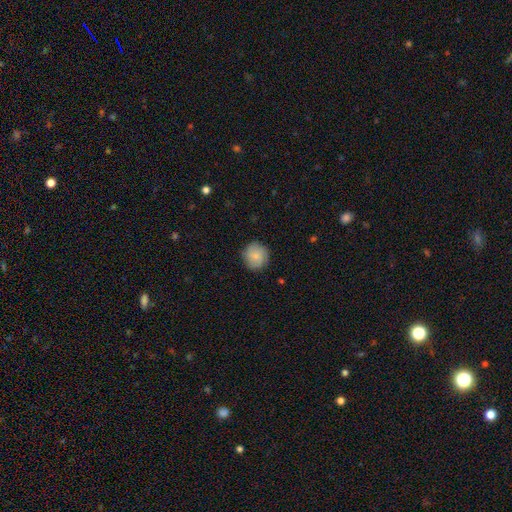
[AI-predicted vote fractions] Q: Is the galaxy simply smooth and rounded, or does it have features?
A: smooth — 74%.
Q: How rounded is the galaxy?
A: round — 88%.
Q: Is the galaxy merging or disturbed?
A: none — 85%.